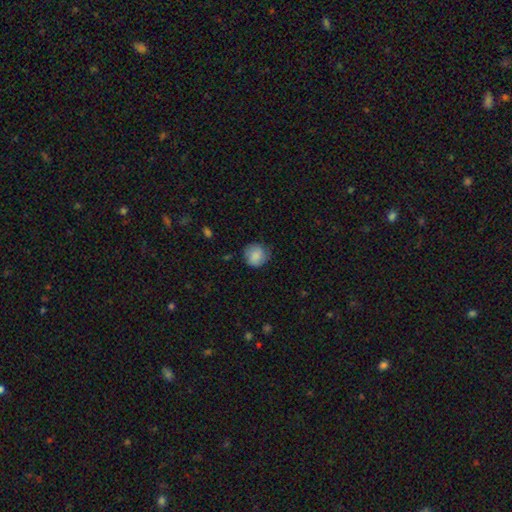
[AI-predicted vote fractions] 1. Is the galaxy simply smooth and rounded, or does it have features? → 86% smooth, 8% star or artifact, 6% featured or disk.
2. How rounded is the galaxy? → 88% round, 11% in between, 1% cigar-shaped.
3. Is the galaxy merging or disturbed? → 78% none, 17% minor disturbance, 4% major disturbance, 1% merger.